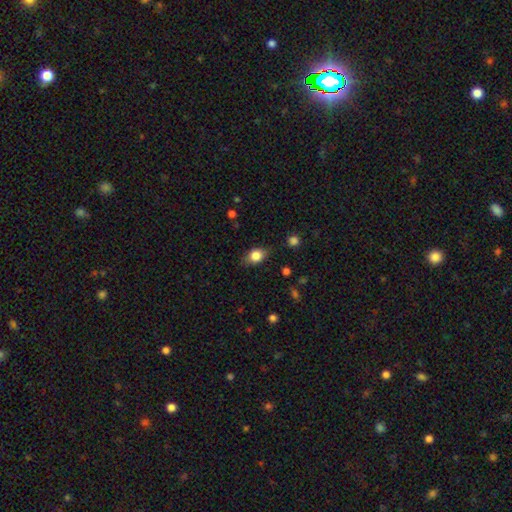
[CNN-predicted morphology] A smooth galaxy with no disk features (81%) that is in between round and cigar-shaped (70%).

Vote fractions:
- Smooth or featured? smooth: 81% / featured or disk: 10% / star or artifact: 9%
- How rounded? in between: 70% / round: 28% / cigar-shaped: 2%
- Merging? none: 78% / minor disturbance: 17% / major disturbance: 4% / merger: 1%